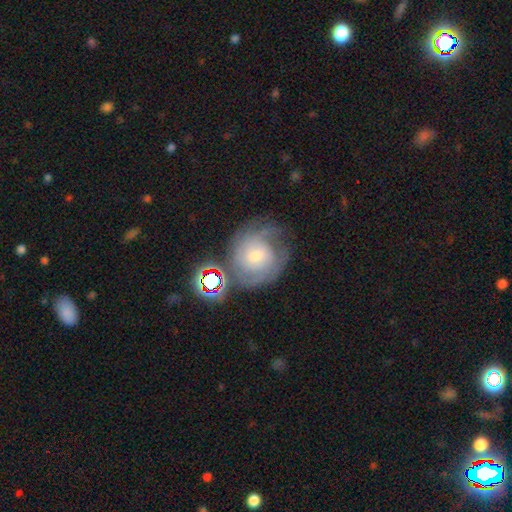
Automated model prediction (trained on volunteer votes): This appears to be a featured or disk galaxy (64%) with no bar (70%), tight (58%) spiral arms (88%) and a small central bulge (54%). Merging: none (59%).